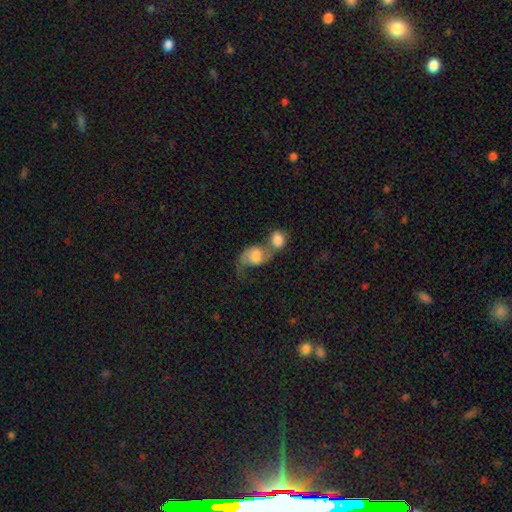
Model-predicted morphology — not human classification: This appears to be a featured or disk galaxy (50%). Merging: merger (67%).